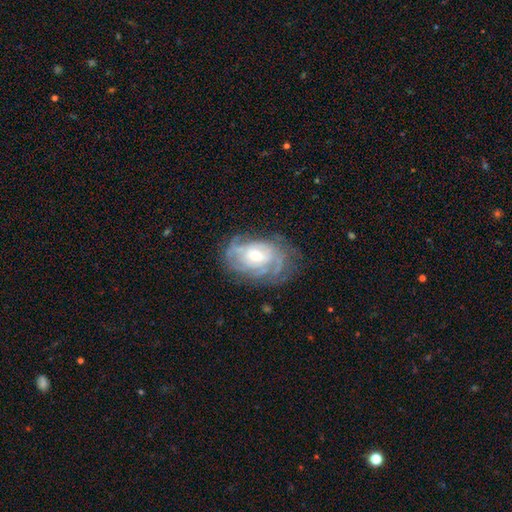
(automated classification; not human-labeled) This appears to be a featured or disk galaxy (81%) with no bar (63%), tight (62%) spiral arms (88%) and a moderate central bulge (55%). Merging: none (62%).